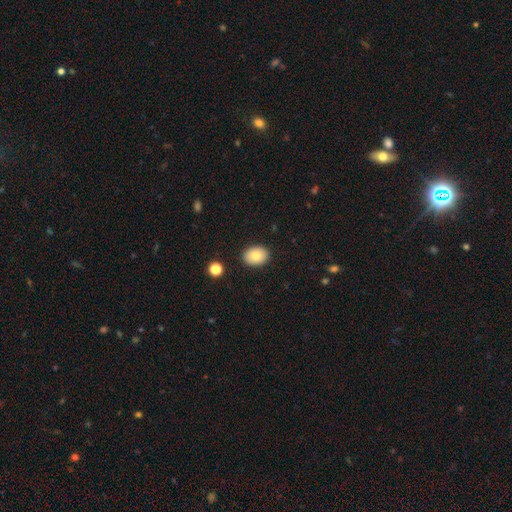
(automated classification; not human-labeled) Overall: smooth (80%). How rounded: in between (70%). Merging: none (89%).